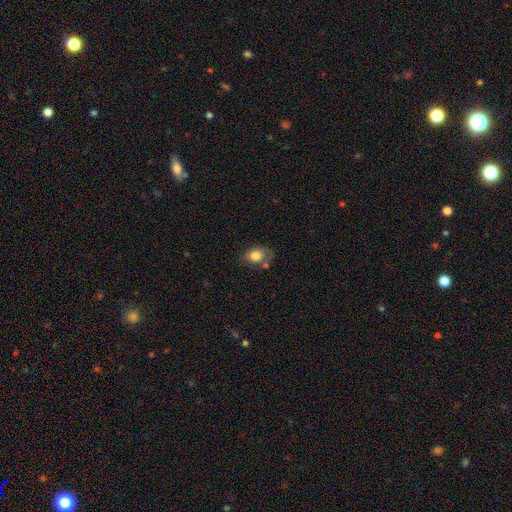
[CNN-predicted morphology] Smooth or featured? Predicted: smooth (p=0.77). How rounded? Predicted: in between (p=0.70). Merging? Predicted: none (p=0.52).